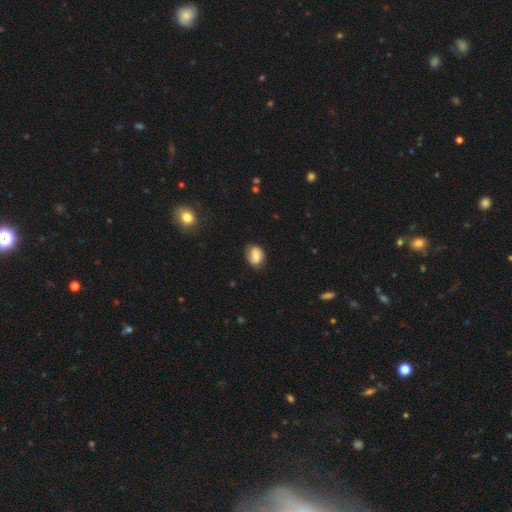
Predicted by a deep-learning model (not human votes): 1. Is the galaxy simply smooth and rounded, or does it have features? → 63% smooth, 29% featured or disk, 9% star or artifact.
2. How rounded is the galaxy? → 64% in between, 34% round, 1% cigar-shaped.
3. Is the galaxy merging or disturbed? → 71% none, 21% minor disturbance, 6% major disturbance, 2% merger.